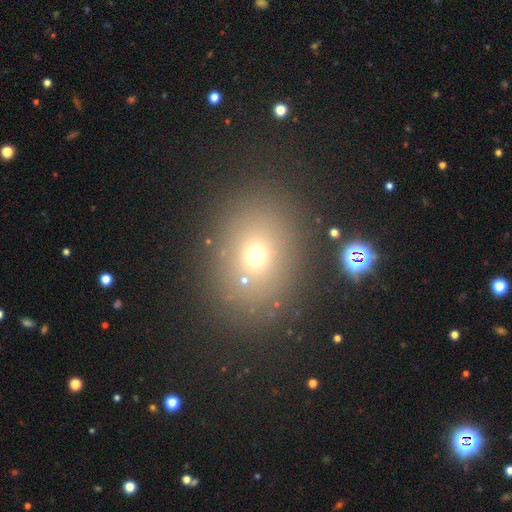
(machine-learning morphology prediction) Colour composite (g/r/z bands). It shows a smooth galaxy with no disk features (65%) that is in between round and cigar-shaped (52%). Merging: none (81%).